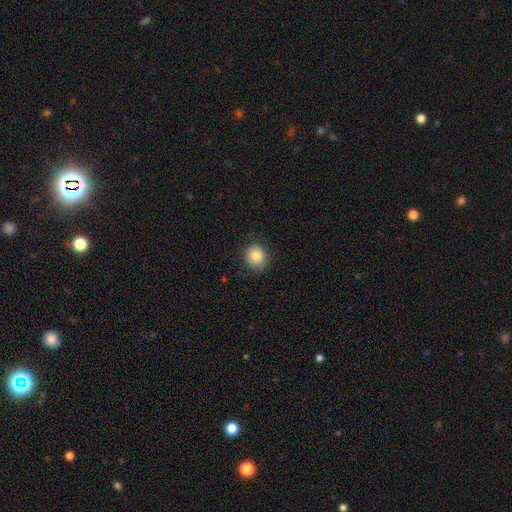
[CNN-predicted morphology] A smooth galaxy with no disk features (83%) that is round (80%). Merging: none (82%).